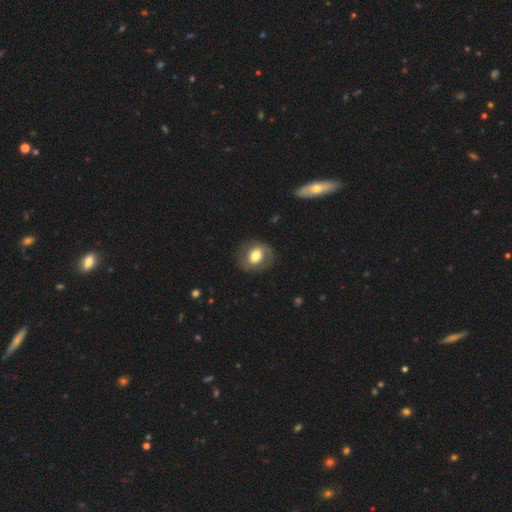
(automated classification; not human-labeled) A smooth galaxy with no disk features (54%) that is round (52%). Merging: none (77%).